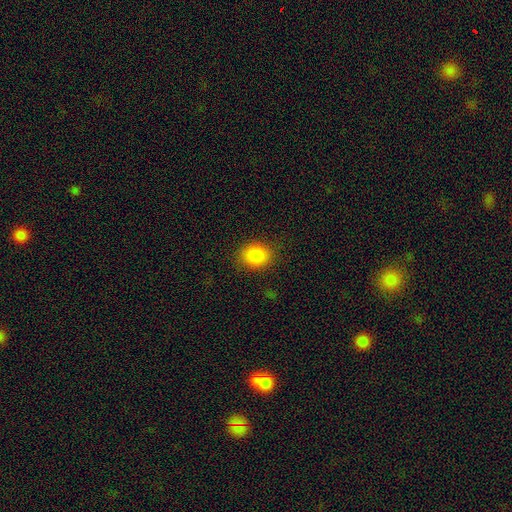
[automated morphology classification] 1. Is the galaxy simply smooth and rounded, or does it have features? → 86% smooth, 9% star or artifact, 4% featured or disk.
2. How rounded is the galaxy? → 57% round, 42% in between, 1% cigar-shaped.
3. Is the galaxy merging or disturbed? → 85% none, 10% minor disturbance, 4% major disturbance, 1% merger.